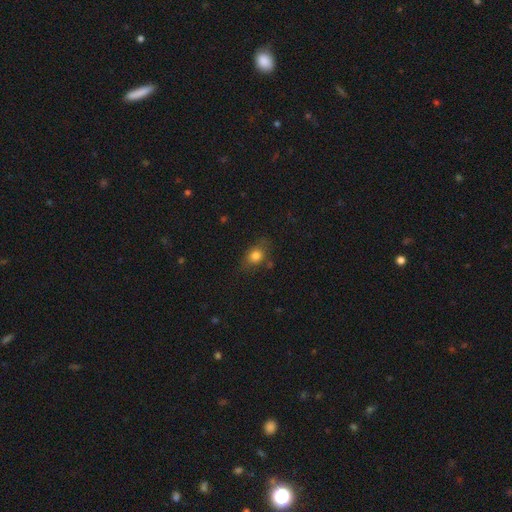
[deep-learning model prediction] smooth 78%, star or artifact 11%, featured or disk 11%. Down the decision tree: how rounded — in between (58%); merging — none (70%).